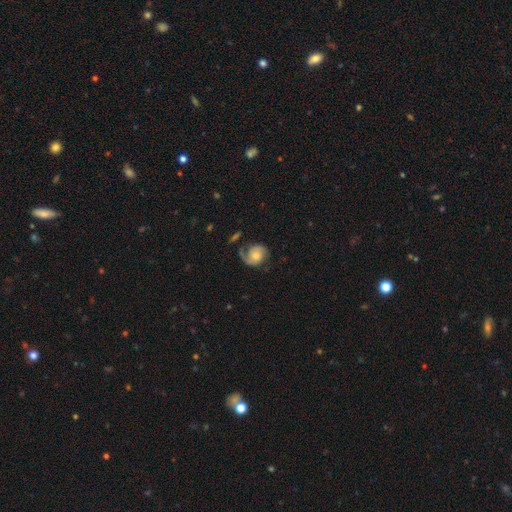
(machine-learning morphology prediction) type=featured or disk (74%); edge-on=no (98%); bar=no (71%); spiral arms=yes (94%); winding=medium (41%); arm count=2 (57%); bulge=moderate (57%); merging=none (58%).